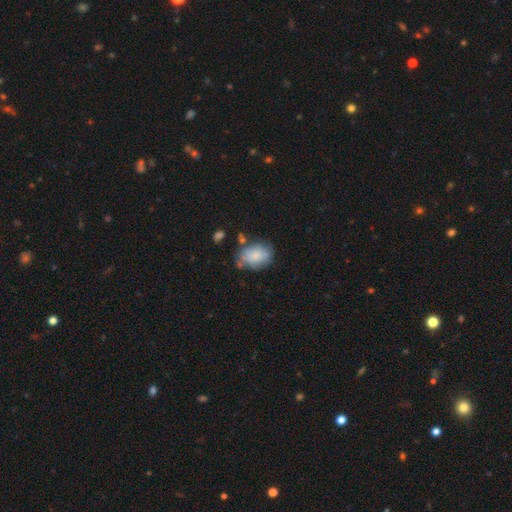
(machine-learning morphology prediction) Smooth or featured: smooth — 78% (featured or disk — 15%)
How rounded: in between — 77% (round — 22%)
Merging: none — 57% (minor disturbance — 25%)